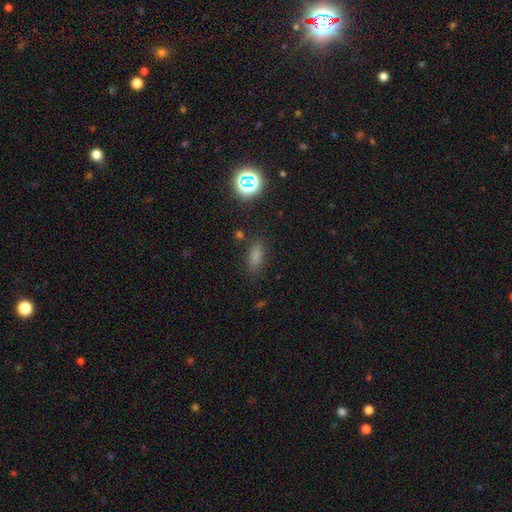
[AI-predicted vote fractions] Q: Smooth or featured?
A: smooth (74%); runner-up: star or artifact (19%)
Q: How rounded?
A: in between (75%); runner-up: cigar-shaped (18%)
Q: Merging?
A: none (80%); runner-up: minor disturbance (12%)